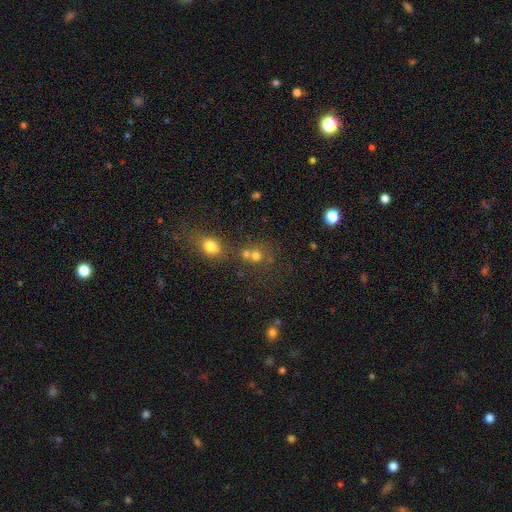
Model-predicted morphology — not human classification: This is likely a smooth galaxy (69%). How rounded: clearly round (81%). Merging: possibly none (48%).